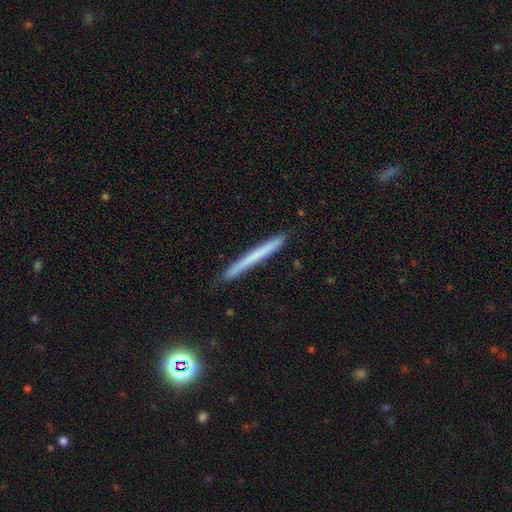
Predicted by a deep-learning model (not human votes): A smooth galaxy with no disk features (58%) that is cigar-shaped (97%).

Vote fractions:
- Smooth or featured? smooth: 58% / featured or disk: 34% / star or artifact: 8%
- How rounded? cigar-shaped: 97% / in between: 2% / round: 1%
- Merging? none: 90% / minor disturbance: 7% / major disturbance: 1% / merger: 1%